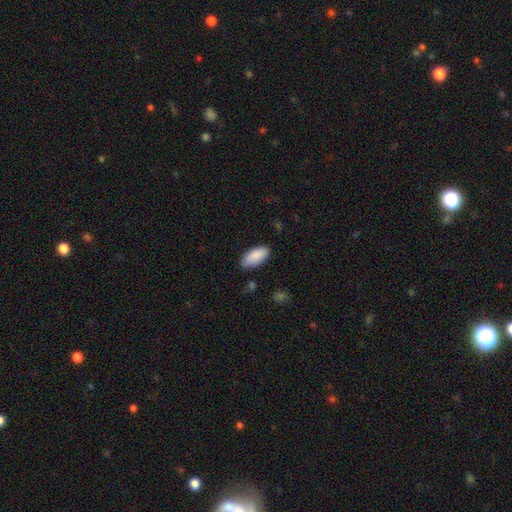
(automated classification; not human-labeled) The model was most divided on "merging": none: 83%, minor disturbance: 14%, major disturbance: 2%, merger: 1%. More confident: how rounded — in between (90%); smooth or featured — smooth (88%).